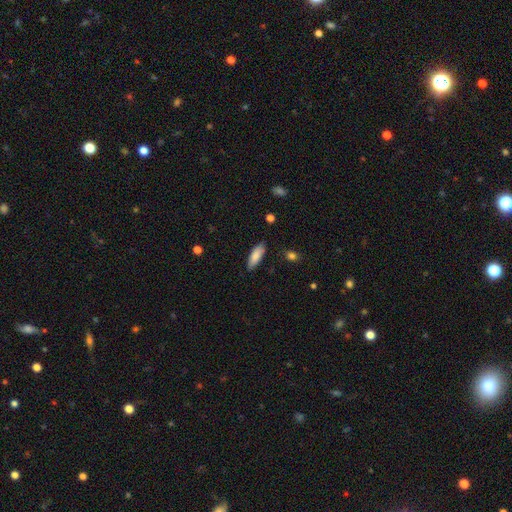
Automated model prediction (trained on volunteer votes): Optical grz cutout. It shows a smooth galaxy with no disk features (83%) that is in between round and cigar-shaped (62%). Merging: none (82%).